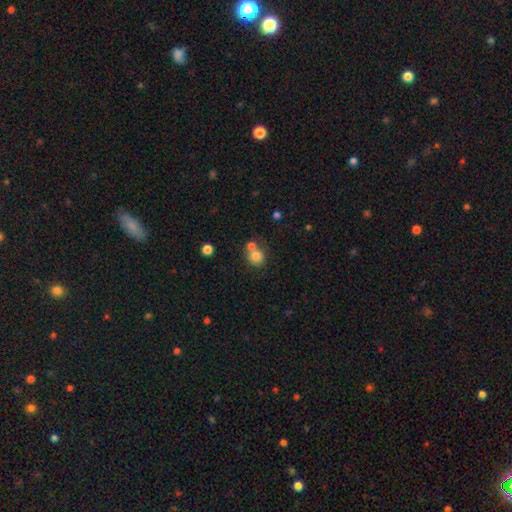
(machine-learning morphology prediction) type=smooth (80%); roundness=round (82%); merging=none (51%).